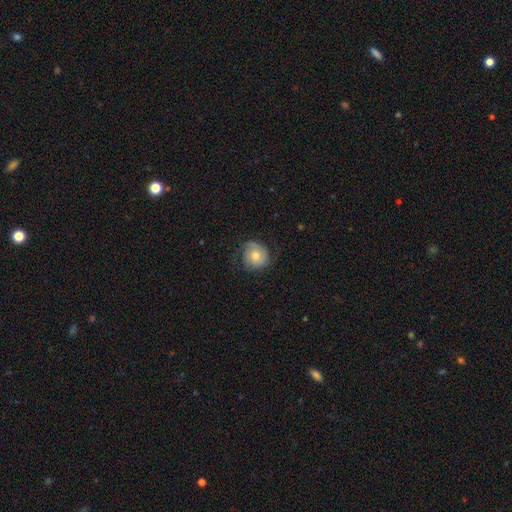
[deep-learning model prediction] smooth-or-featured: featured or disk: 47% | smooth: 45% | star or artifact: 8%
  merging: none: 66% | minor disturbance: 21% | major disturbance: 11% | merger: 1%